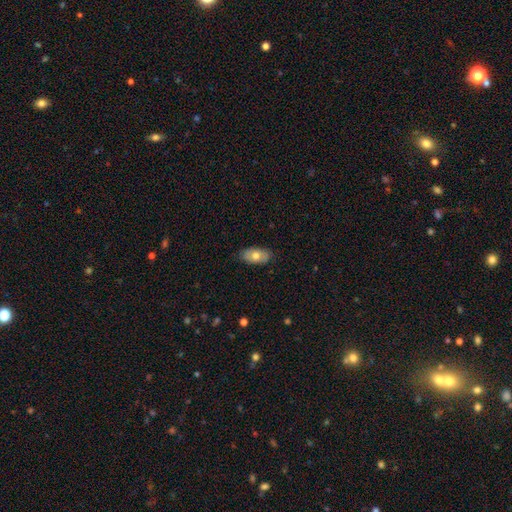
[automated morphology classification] A smooth galaxy with no disk features (70%) that is in between round and cigar-shaped (92%). Merging: none (85%).